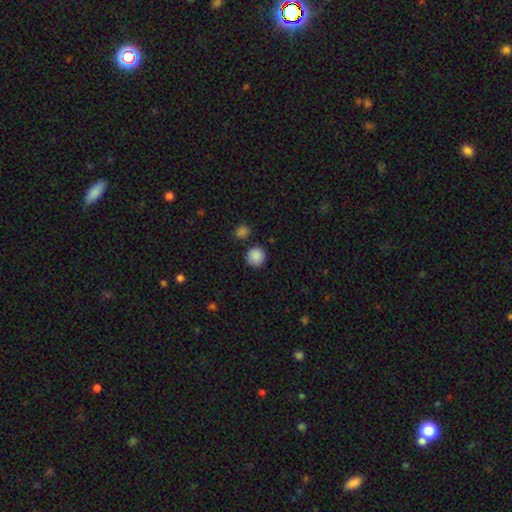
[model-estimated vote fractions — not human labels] smooth-or-featured: smooth: 88% | star or artifact: 9% | featured or disk: 3%
  how-rounded: round: 92% | in between: 7% | cigar-shaped: 1%
  merging: none: 82% | minor disturbance: 10% | merger: 5% | major disturbance: 3%